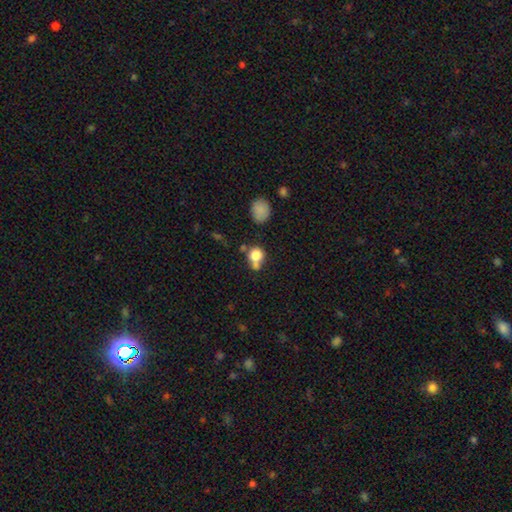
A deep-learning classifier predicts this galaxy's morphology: smooth 79%, star or artifact 11%, featured or disk 10%. Down the decision tree: how rounded — round (80%); merging — none (44%).